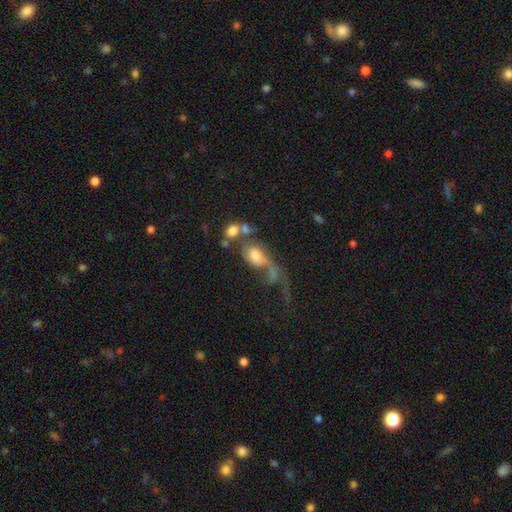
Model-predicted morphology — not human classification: This is marginally a smooth galaxy (44%). Merging: marginally merger (39%).